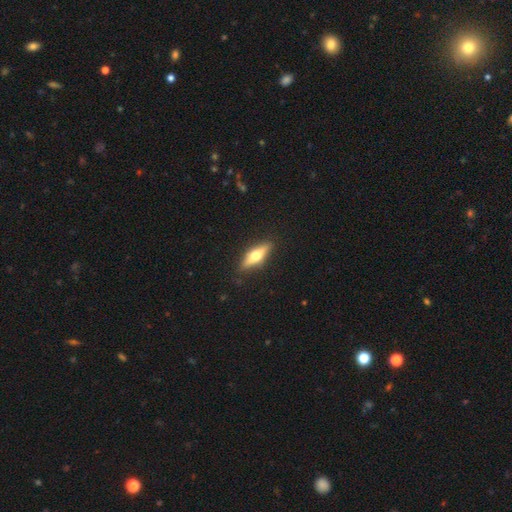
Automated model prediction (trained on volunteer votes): Overall: featured or disk (53%; smooth 41%). Edge-on disk: yes (92%). Merging: none (89%).